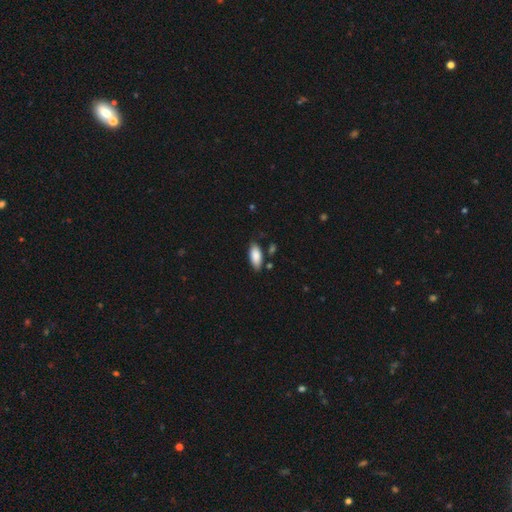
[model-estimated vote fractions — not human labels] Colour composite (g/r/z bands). It shows a smooth galaxy with no disk features (87%) that is in between round and cigar-shaped (86%). Merging: none (79%).